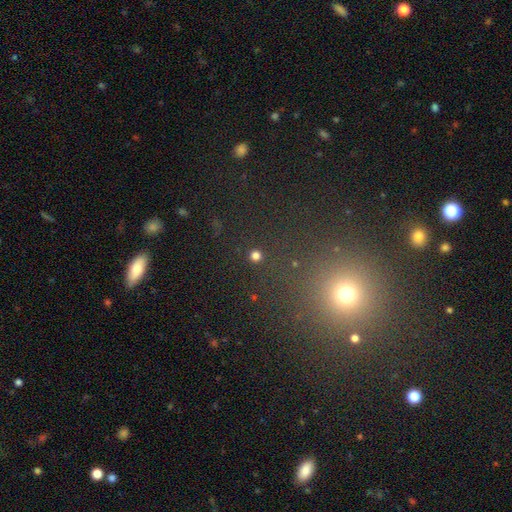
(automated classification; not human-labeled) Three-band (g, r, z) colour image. It shows a smooth galaxy with no disk features (78%) that is round (94%). Merging: none (91%).